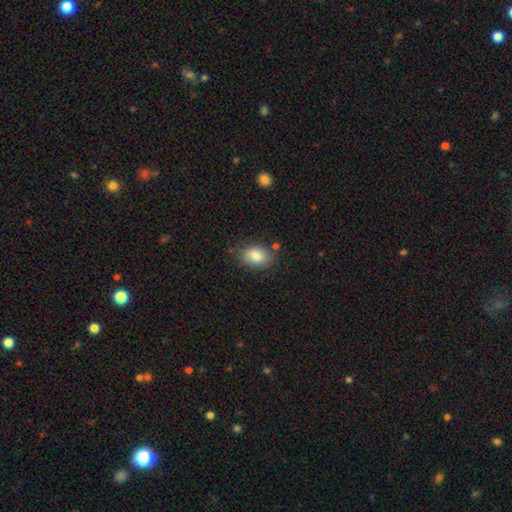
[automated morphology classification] type=smooth (83%); roundness=in between (78%); merging=none (78%).